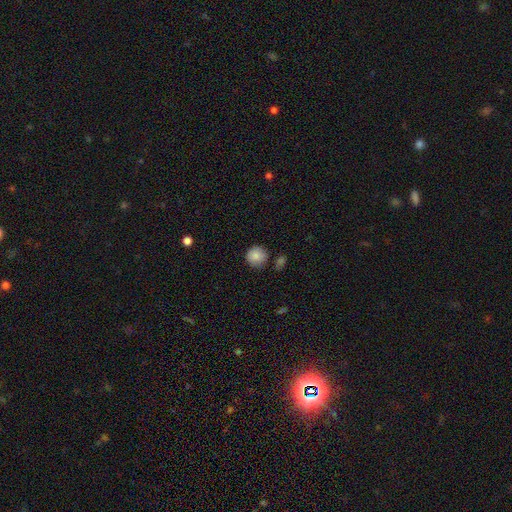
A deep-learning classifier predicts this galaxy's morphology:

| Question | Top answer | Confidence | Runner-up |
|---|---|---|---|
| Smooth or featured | smooth | 86% | star or artifact (8%) |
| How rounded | round | 93% | in between (6%) |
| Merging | none | 82% | minor disturbance (12%) |